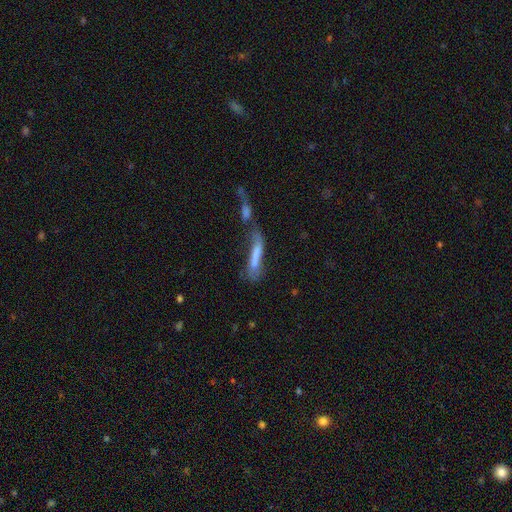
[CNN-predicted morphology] This appears to be a smooth galaxy with no disk features (62%) that is cigar-shaped (81%). Merging: merger (50%).